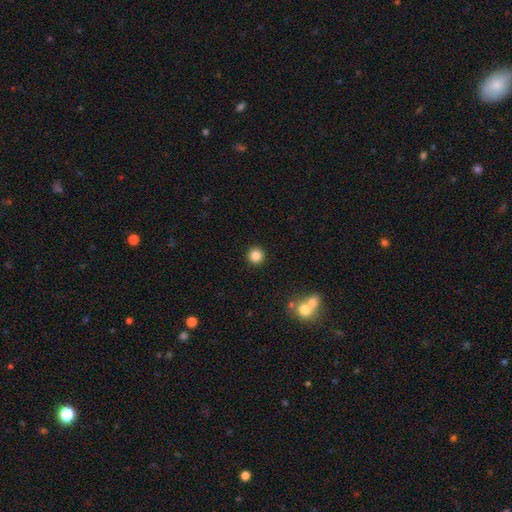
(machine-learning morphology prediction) This is clearly a smooth galaxy (85%). How rounded: clearly round (95%). Merging: clearly none (93%).